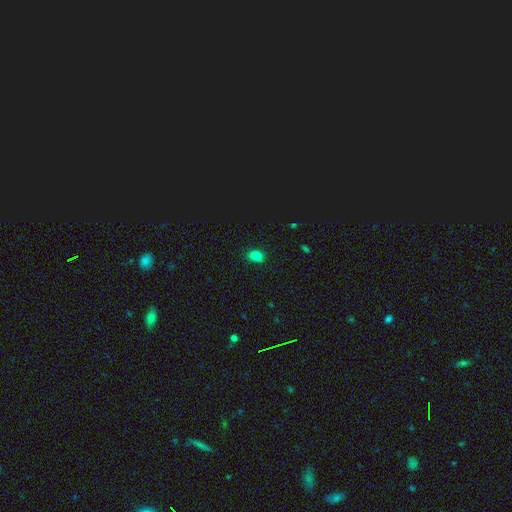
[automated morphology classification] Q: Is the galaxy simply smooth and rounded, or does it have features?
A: smooth — 79%.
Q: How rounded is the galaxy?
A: in between — 63%.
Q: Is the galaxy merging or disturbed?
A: none — 79%.